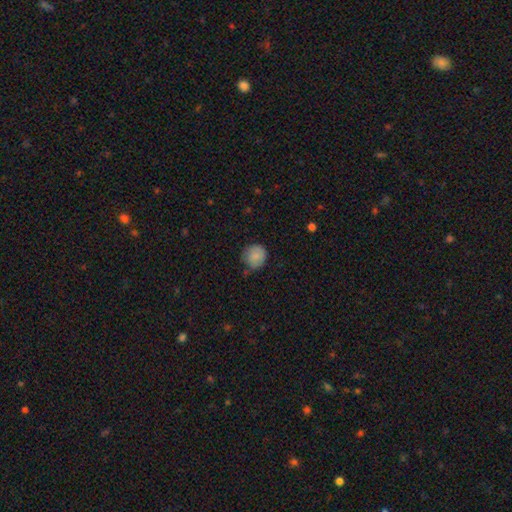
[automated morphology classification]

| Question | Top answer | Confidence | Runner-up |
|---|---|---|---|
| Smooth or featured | smooth | 82% | featured or disk (10%) |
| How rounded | round | 87% | in between (12%) |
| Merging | none | 66% | minor disturbance (27%) |